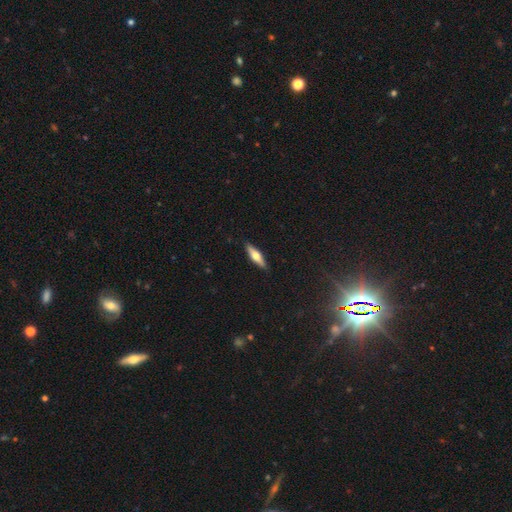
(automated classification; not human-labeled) smooth_or_featured: featured or disk (p=0.49) [alt: smooth p=0.45]
merging: none (p=0.89) [alt: minor disturbance p=0.08]